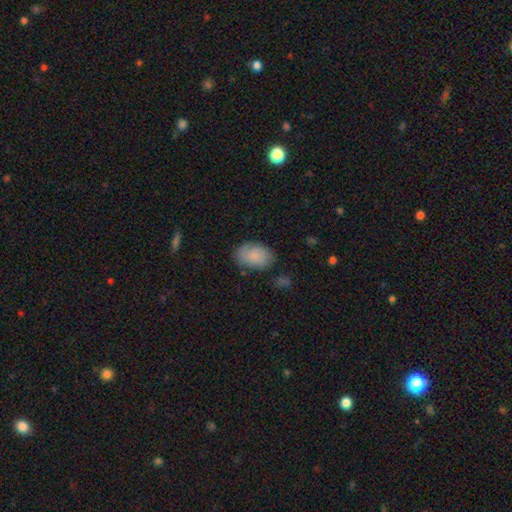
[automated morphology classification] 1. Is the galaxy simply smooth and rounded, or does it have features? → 81% smooth, 12% featured or disk, 7% star or artifact.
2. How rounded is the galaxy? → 88% in between, 11% round, 1% cigar-shaped.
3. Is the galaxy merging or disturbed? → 75% none, 18% minor disturbance, 5% major disturbance, 3% merger.